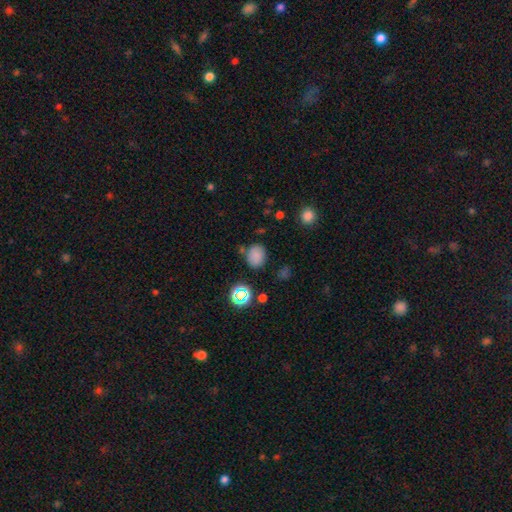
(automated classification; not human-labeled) smooth 76%, star or artifact 18%, featured or disk 6%. Down the decision tree: how rounded — round (59%); merging — none (73%).